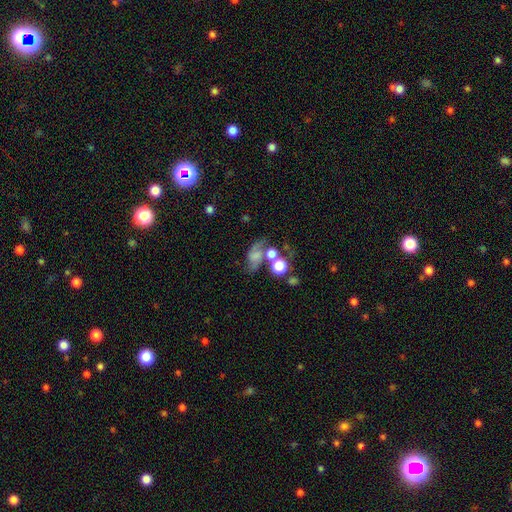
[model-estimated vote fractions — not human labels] Smooth or featured? Predicted: featured or disk (p=0.45). Merging? Predicted: none (p=0.40).